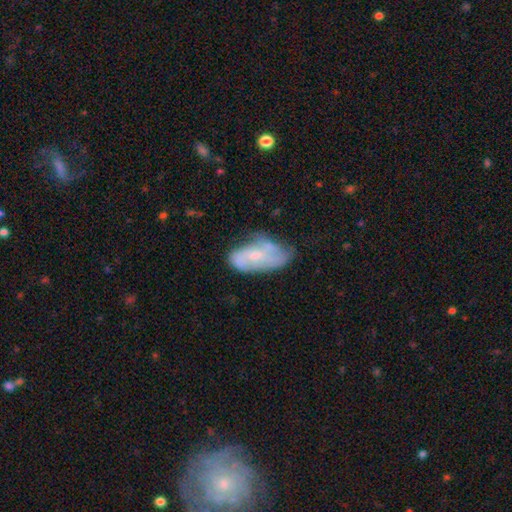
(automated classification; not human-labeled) This is possibly a featured or disk galaxy (56%). It is clearly not viewed edge-on (93%). Bar: likely no (66%). Spiral arm pattern: likely yes (61%). Central bulge: likely small (65%). Merging: marginally none (38%).